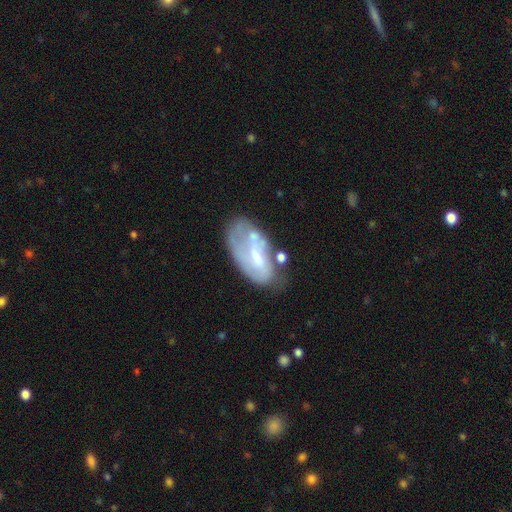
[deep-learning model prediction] Smooth or featured? featured or disk (56%)
Edge-on disk? no (94%)
Bar? no (51%)
Spiral arms? no (58%)
Bulge size? small (38%)
Merging? none (40%)